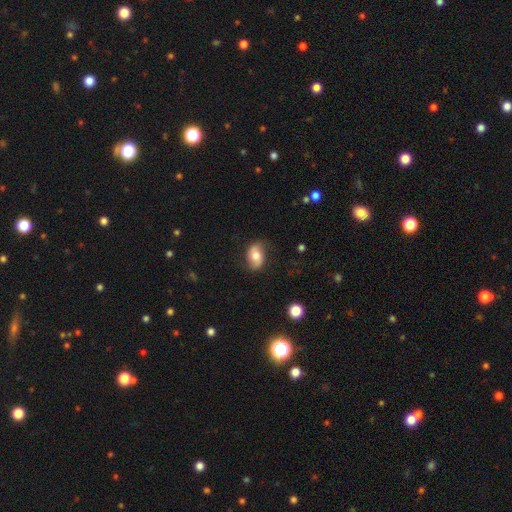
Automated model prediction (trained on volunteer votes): This appears to be a smooth galaxy with no disk features (53%) that is in between round and cigar-shaped (82%). Merging: none (75%).